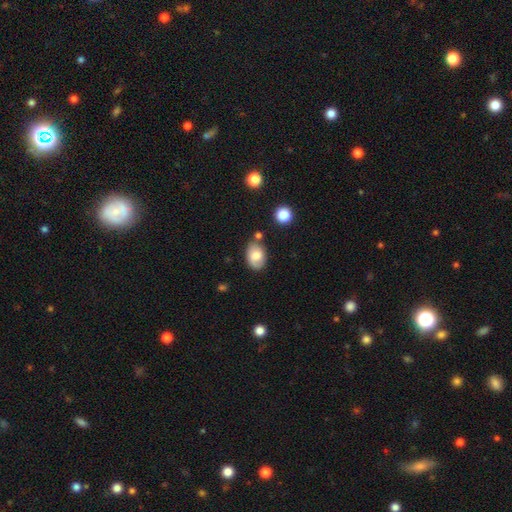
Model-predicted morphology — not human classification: Overall: smooth (71%). How rounded: in between (82%). Merging: none (68%).